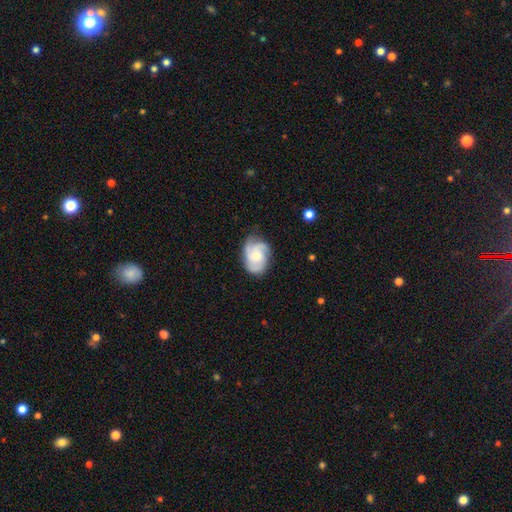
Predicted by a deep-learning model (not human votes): The model was most divided on "spiral winding": medium: 44%, tight: 42%, loose: 14%. More confident: edge-on disk — no (98%); spiral arms — yes (95%); smooth or featured — featured or disk (75%); bar — no (75%); merging — none (65%); spiral arm count — 3 (61%); bulge size — moderate (51%).